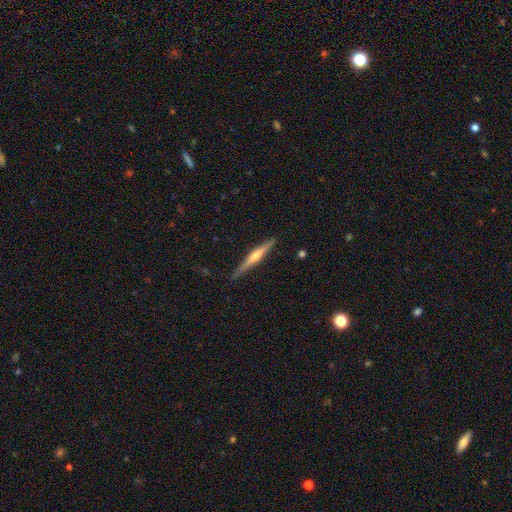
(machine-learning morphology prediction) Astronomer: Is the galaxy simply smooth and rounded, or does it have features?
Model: featured or disk — 67%.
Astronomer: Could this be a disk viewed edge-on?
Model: yes — 98%.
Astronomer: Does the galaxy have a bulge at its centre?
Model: rounded — 83%.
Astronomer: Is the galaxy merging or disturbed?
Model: none — 87%.